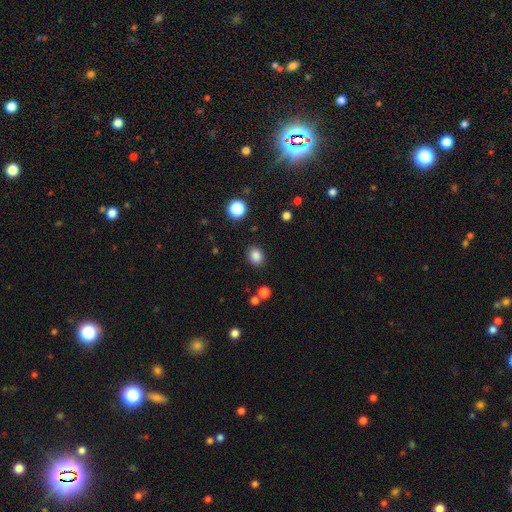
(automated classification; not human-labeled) Overall: smooth (84%). How rounded: round (61%; in between 38%). Merging: none (87%).